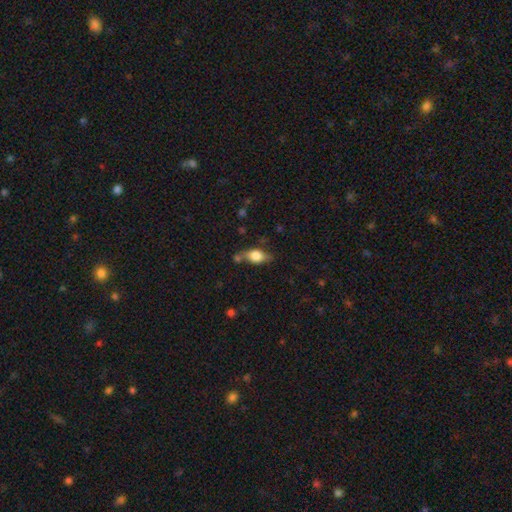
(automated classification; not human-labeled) Smooth or featured? smooth (67%)
How rounded? in between (76%)
Merging? none (57%)